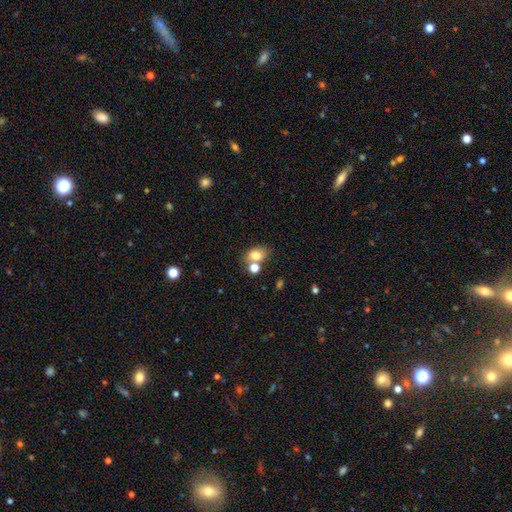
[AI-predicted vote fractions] Overall: smooth (76%). How rounded: in between (66%; round 33%). Merging: none (52%; merger 31%).